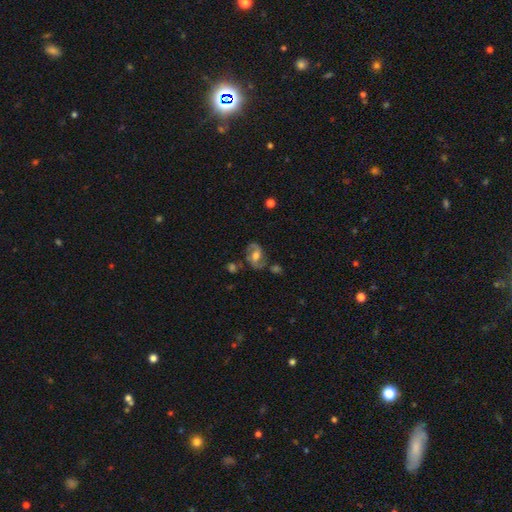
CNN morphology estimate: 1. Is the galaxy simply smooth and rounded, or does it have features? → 76% featured or disk, 17% smooth, 7% star or artifact.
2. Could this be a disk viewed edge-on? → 97% no, 3% yes.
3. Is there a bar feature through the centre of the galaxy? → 44% weak, 38% no, 18% strong.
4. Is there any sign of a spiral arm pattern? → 91% yes, 9% no.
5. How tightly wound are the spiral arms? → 50% medium, 33% loose, 17% tight.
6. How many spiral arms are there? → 90% 2, 4% can't tell, 2% 1, 1% 3, 1% 4, 1% more than 4.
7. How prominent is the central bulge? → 63% moderate, 18% large, 14% small, 3% none, 2% dominant.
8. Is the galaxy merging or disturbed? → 66% none, 18% minor disturbance, 8% major disturbance, 8% merger.